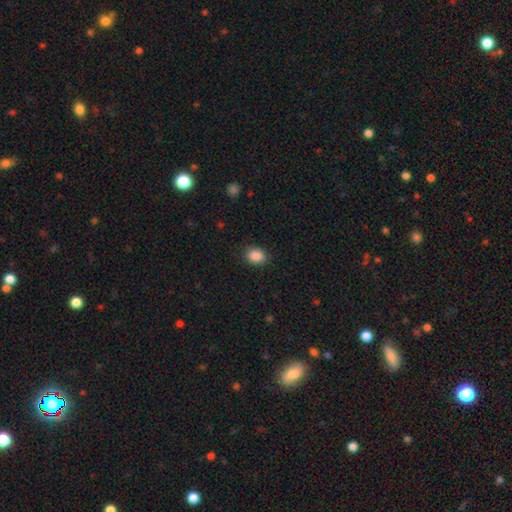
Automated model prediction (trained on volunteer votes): Q: Smooth or featured?
A: smooth (88%); runner-up: star or artifact (9%)
Q: How rounded?
A: in between (51%); runner-up: round (48%)
Q: Merging?
A: none (87%); runner-up: minor disturbance (9%)